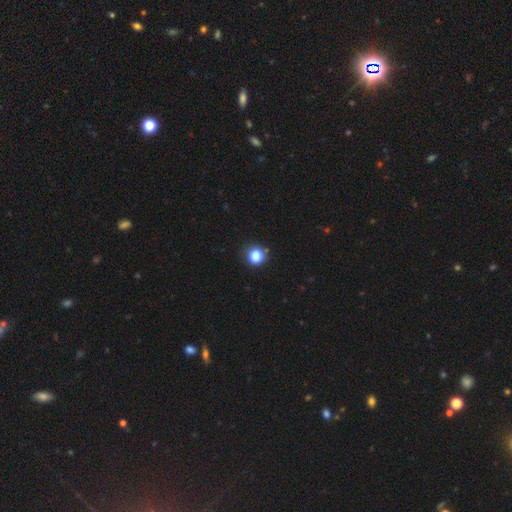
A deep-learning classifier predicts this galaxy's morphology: A smooth galaxy with no disk features (84%) that is round (84%).

Vote fractions:
- Smooth or featured? smooth: 84% / star or artifact: 12% / featured or disk: 4%
- How rounded? round: 84% / in between: 15% / cigar-shaped: 1%
- Merging? none: 78% / minor disturbance: 15% / major disturbance: 4% / merger: 4%